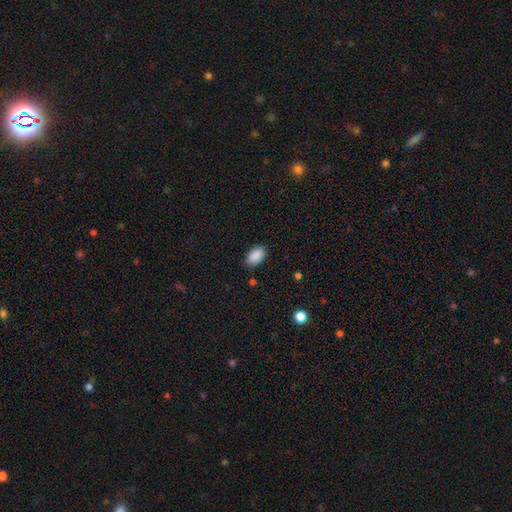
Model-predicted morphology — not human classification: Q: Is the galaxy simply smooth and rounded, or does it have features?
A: smooth — 90%.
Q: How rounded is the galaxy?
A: in between — 94%.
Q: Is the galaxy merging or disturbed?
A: none — 87%.